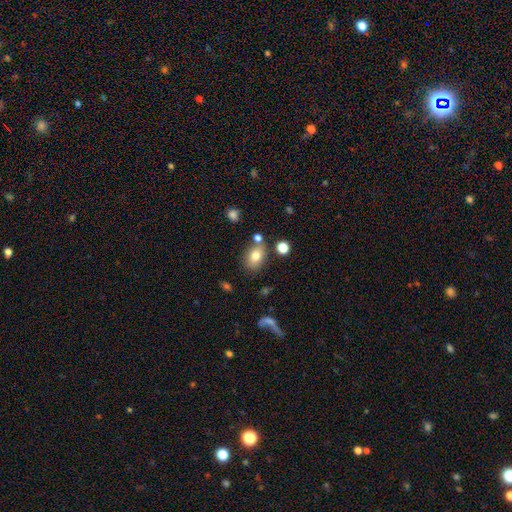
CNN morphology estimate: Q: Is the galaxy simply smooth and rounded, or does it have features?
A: smooth — 76%.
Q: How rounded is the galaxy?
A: in between — 75%.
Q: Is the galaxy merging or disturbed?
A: none — 72%.